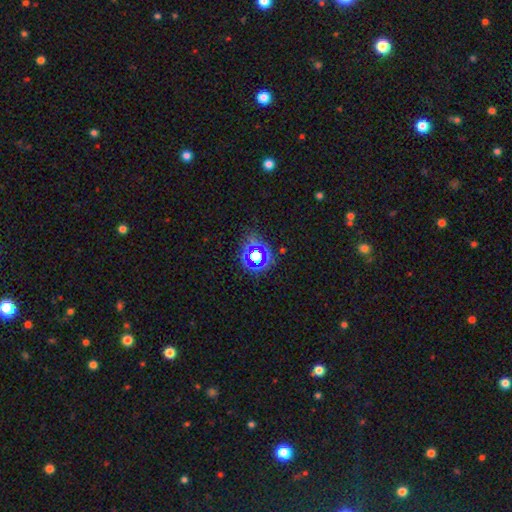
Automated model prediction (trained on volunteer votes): Smooth or featured? star or artifact (61%)